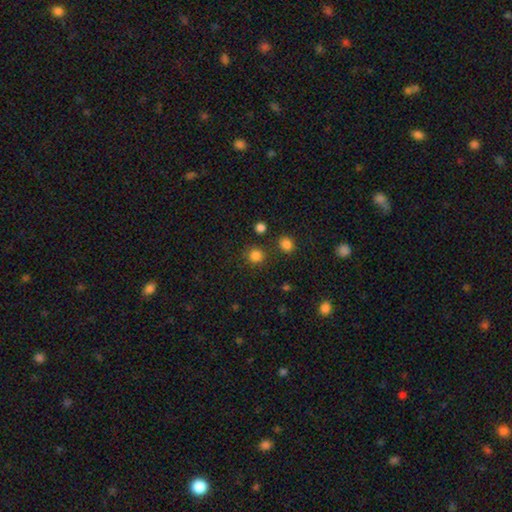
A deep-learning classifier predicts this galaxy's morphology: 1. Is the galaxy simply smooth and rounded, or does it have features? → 82% smooth, 14% star or artifact, 4% featured or disk.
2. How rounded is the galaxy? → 91% round, 8% in between, 1% cigar-shaped.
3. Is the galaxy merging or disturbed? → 82% none, 8% minor disturbance, 6% merger, 3% major disturbance.